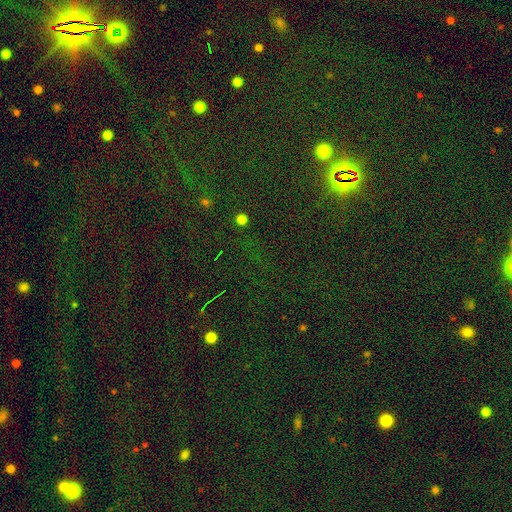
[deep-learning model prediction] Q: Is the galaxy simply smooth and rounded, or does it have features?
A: star or artifact — 78%.